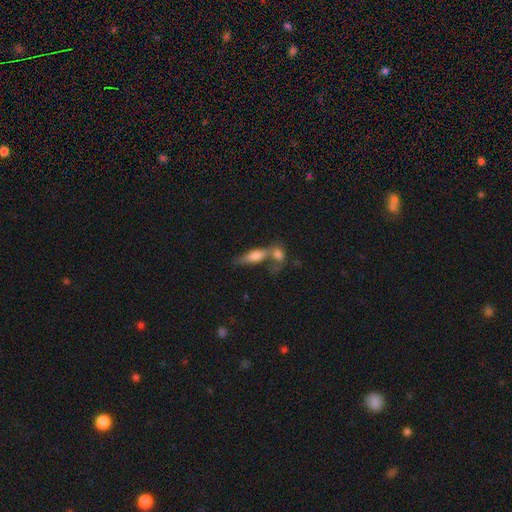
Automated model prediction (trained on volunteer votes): Smooth or featured? smooth (57%)
How rounded? in between (52%)
Merging? merger (50%)